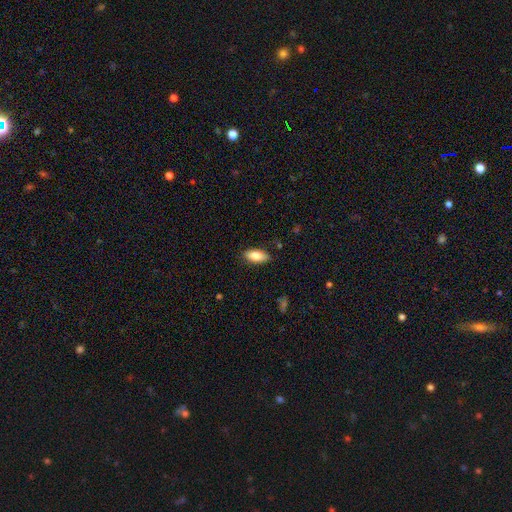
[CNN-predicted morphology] type=smooth (80%); roundness=in between (84%); merging=none (85%).